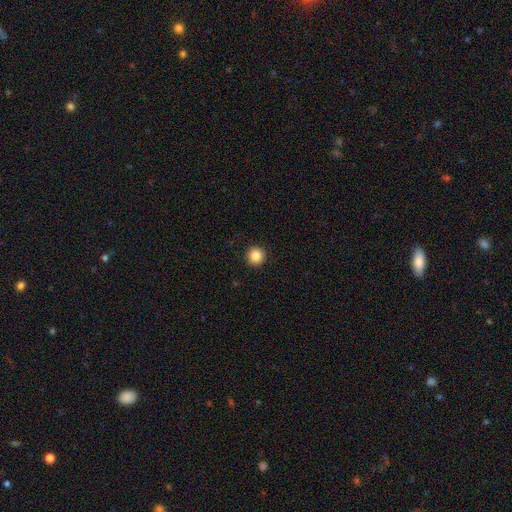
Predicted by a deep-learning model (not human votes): Morphology: type=smooth (85%); roundness=round (96%); merging=none (93%).